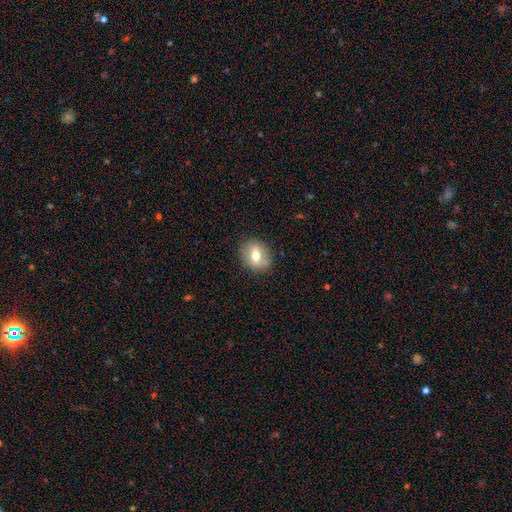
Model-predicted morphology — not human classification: This appears to be a smooth galaxy with no disk features (62%) that is in between round and cigar-shaped (50%). Merging: none (82%).